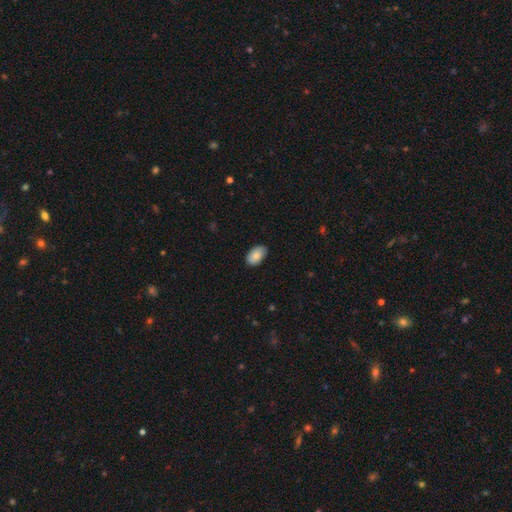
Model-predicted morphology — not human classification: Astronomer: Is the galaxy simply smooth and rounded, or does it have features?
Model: smooth — 82%.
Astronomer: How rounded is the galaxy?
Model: in between — 93%.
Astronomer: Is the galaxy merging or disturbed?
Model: none — 84%.